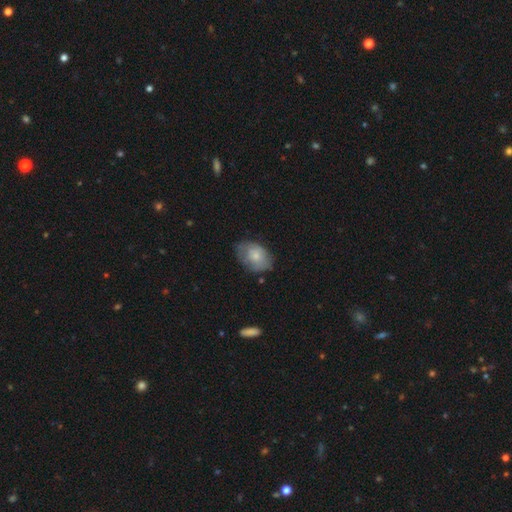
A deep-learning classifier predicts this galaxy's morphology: Overall: smooth (69%). How rounded: in between (80%). Merging: none (59%; minor disturbance 30%).